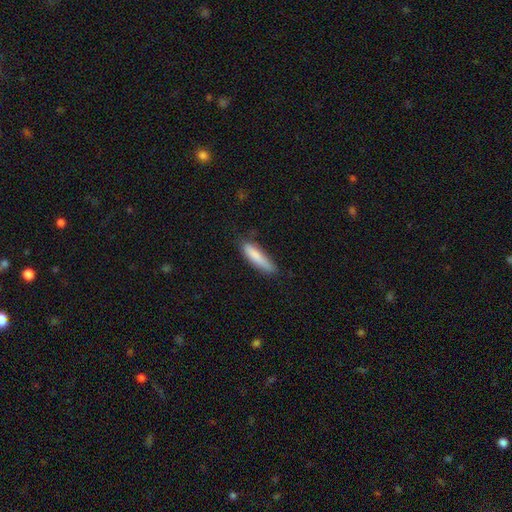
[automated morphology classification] Smooth or featured? Predicted: smooth (p=0.83). How rounded? Predicted: cigar-shaped (p=0.73). Merging? Predicted: none (p=0.68).